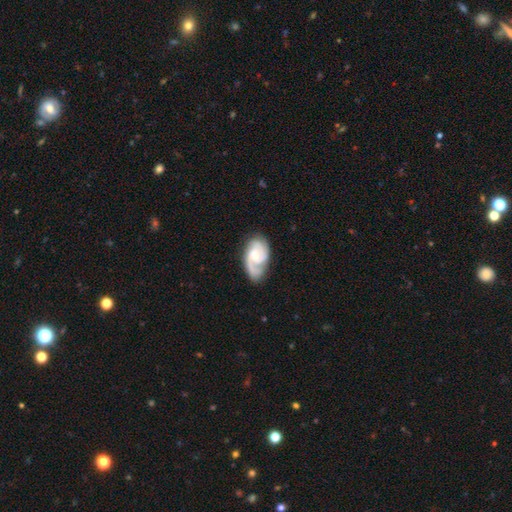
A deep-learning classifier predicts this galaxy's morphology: type=featured or disk (85%); edge-on=no (97%); bar=no (51%); spiral arms=yes (97%); winding=tight (45%); arm count=2 (74%); bulge=moderate (53%); merging=none (74%).